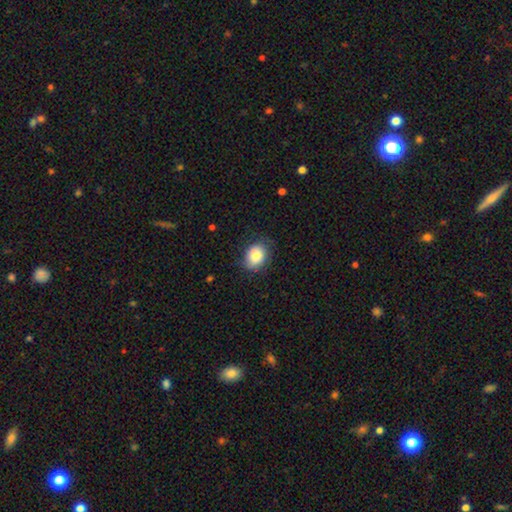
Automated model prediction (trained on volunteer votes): This appears to be a smooth galaxy with no disk features (86%) that is in between round and cigar-shaped (55%). Merging: none (73%).